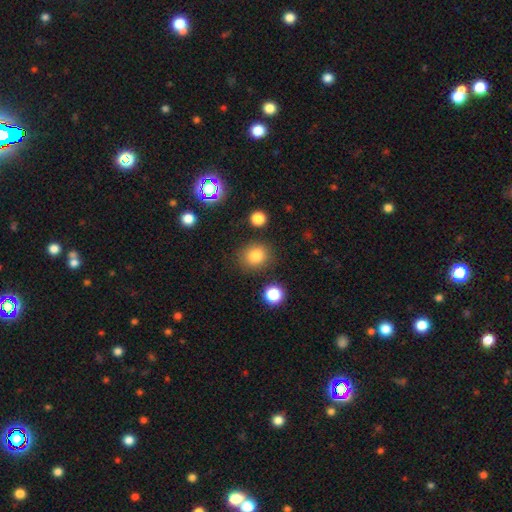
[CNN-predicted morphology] smooth_or_featured: smooth (p=0.82) [alt: star or artifact p=0.12]
how_rounded: round (p=0.76) [alt: in between p=0.23]
merging: none (p=0.84) [alt: minor disturbance p=0.09]